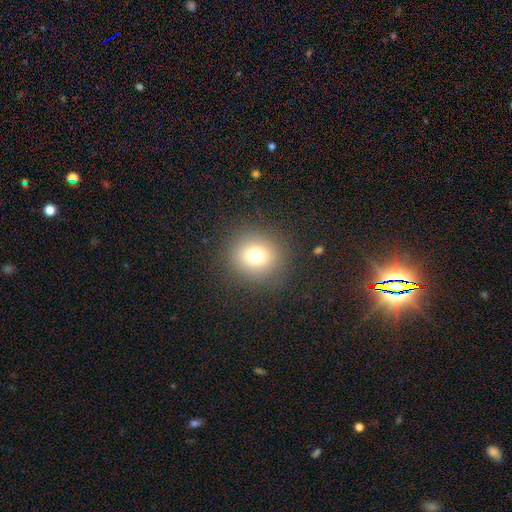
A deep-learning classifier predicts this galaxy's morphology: Overall: smooth (74%). How rounded: round (87%). Merging: none (87%).